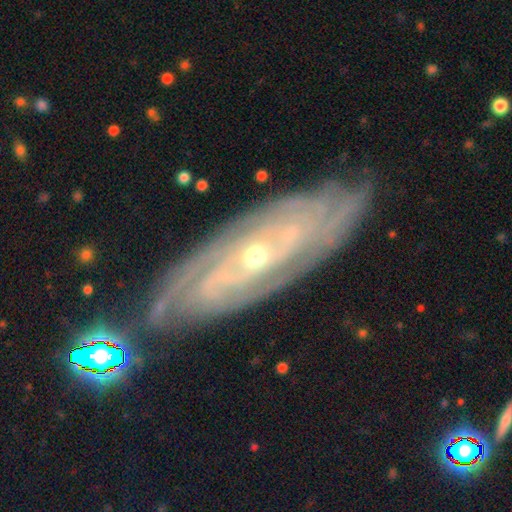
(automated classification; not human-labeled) smooth-or-featured: featured or disk: 88% | star or artifact: 7% | smooth: 5%
  disk-edge-on: no: 89% | yes: 11%
    bar: no: 63% | weak: 25% | strong: 11%
    has-spiral-arms: yes: 97% | no: 3%
      spiral-winding: tight: 79% | medium: 18% | loose: 3%
      spiral-arm-count: can't tell: 31% | 2: 20% | 3: 17% | 4: 14% | more than 4: 10% | 1: 7%
    bulge-size: small: 70% | moderate: 27% | large: 1% | none: 1% | dominant: 1%
  merging: none: 82% | minor disturbance: 13% | major disturbance: 3% | merger: 2%